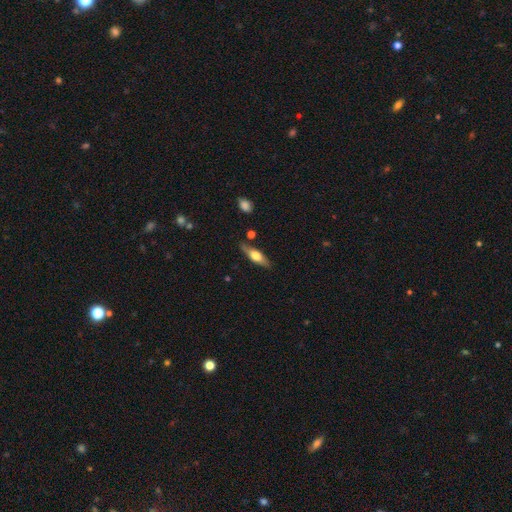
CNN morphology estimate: Overall: smooth (49%; featured or disk 45%). Merging: none (79%).